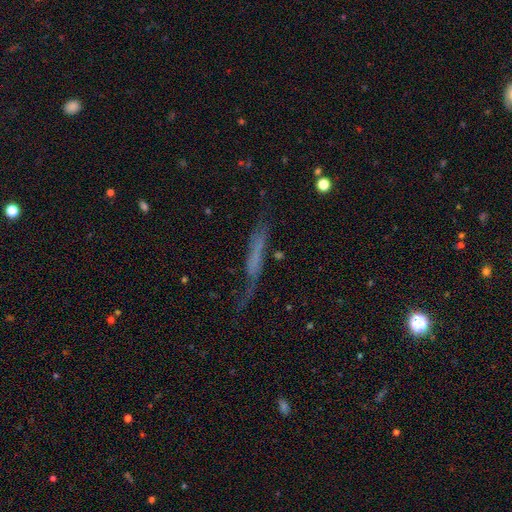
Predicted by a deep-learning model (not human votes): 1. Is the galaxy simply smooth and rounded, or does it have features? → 47% featured or disk, 40% smooth, 13% star or artifact.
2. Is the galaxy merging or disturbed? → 51% none, 25% minor disturbance, 20% major disturbance, 4% merger.